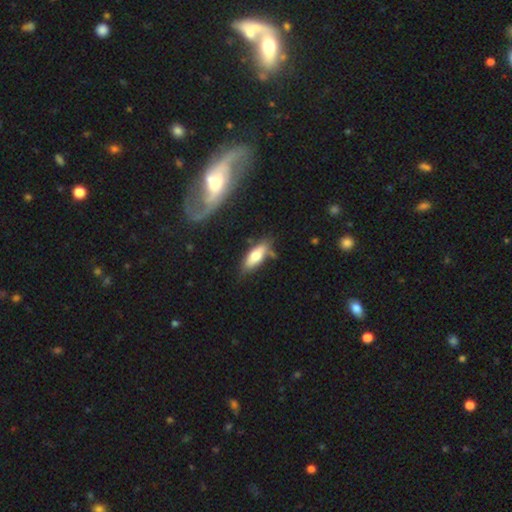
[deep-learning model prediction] Smooth or featured?
  - smooth: 65% *
  - featured or disk: 29%
  - star or artifact: 6%
How rounded?
  - in between: 70% *
  - cigar-shaped: 27%
  - round: 2%
Merging?
  - none: 63% *
  - minor disturbance: 22%
  - merger: 9%
  - major disturbance: 6%